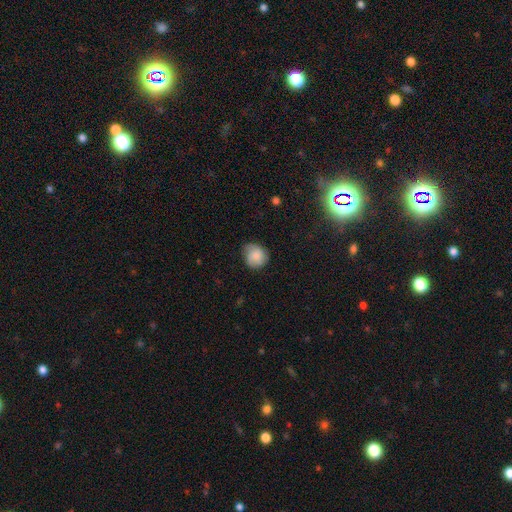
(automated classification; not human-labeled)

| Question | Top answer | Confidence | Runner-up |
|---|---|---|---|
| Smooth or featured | smooth | 73% | featured or disk (19%) |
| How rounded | round | 82% | in between (17%) |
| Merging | none | 65% | minor disturbance (28%) |